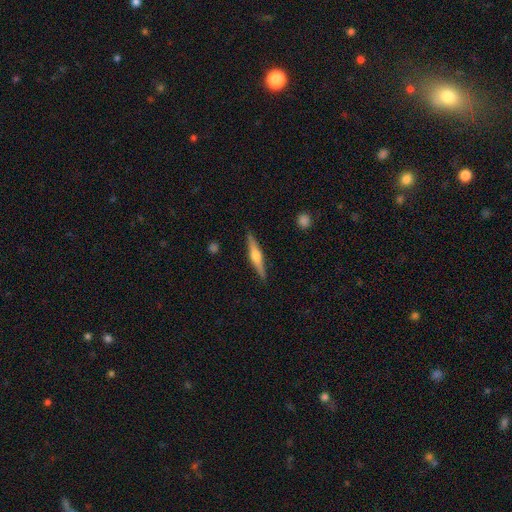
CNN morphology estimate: A featured or disk galaxy (66%) viewed edge-on (97%) with a rounded central bulge (89%).

Vote fractions:
- Smooth or featured? featured or disk: 66% / smooth: 29% / star or artifact: 6%
- Edge-on disk? yes: 97% / no: 3%
- Edge-on bulge? rounded: 89% / boxy: 7% / none: 4%
- Merging? none: 90% / minor disturbance: 7% / major disturbance: 2% / merger: 1%